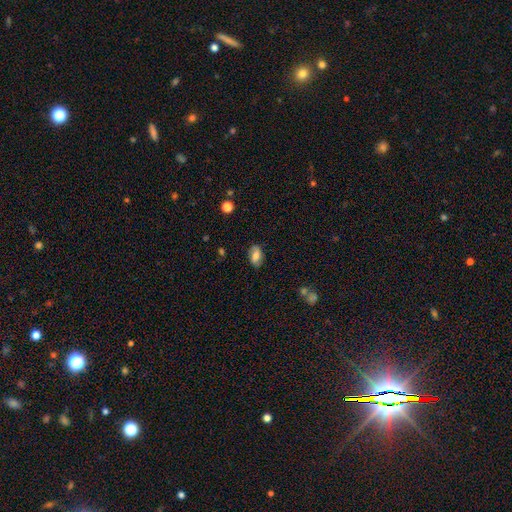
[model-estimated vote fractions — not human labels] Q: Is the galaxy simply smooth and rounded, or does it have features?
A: smooth — 59%.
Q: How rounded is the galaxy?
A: in between — 89%.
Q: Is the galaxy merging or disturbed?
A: none — 83%.